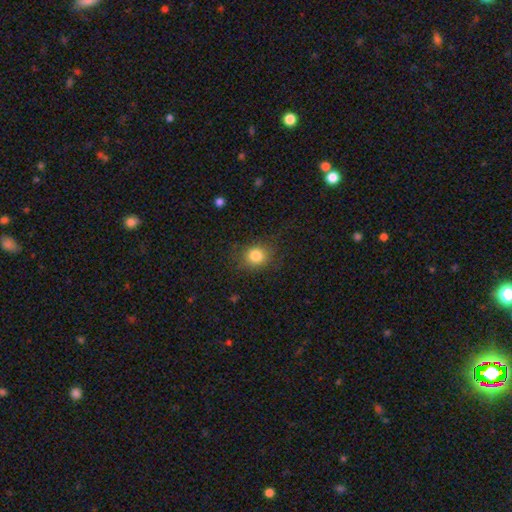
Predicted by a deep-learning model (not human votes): Morphology: type=smooth (82%); roundness=round (74%); merging=none (82%).